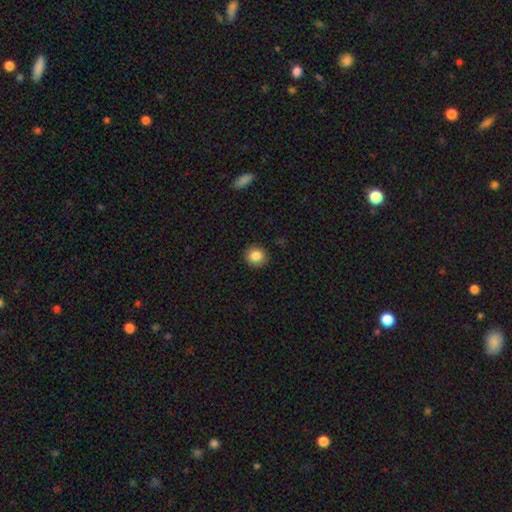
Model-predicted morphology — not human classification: smooth-or-featured: smooth: 84% | star or artifact: 10% | featured or disk: 6%
  how-rounded: round: 90% | in between: 9% | cigar-shaped: 1%
  merging: none: 92% | minor disturbance: 5% | major disturbance: 2% | merger: 1%